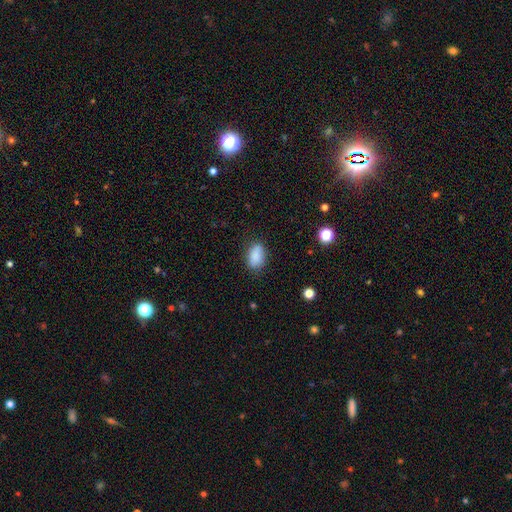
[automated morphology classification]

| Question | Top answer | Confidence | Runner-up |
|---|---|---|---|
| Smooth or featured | smooth | 86% | star or artifact (8%) |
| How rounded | in between | 88% | round (10%) |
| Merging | none | 76% | minor disturbance (18%) |